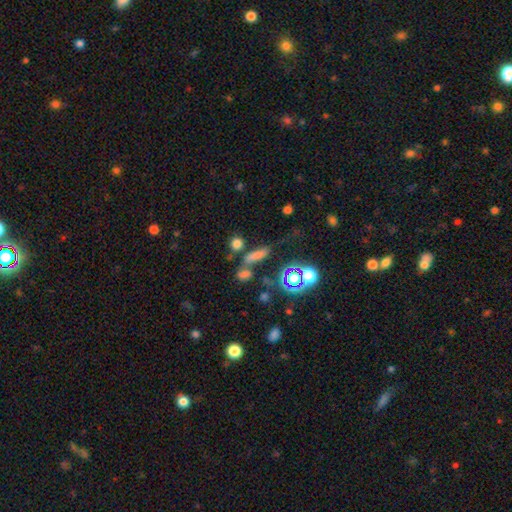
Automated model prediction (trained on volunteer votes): smooth-or-featured: smooth: 59% | star or artifact: 28% | featured or disk: 13%
  how-rounded: cigar-shaped: 52% | in between: 32% | round: 16%
  merging: none: 57% | merger: 21% | minor disturbance: 14% | major disturbance: 8%